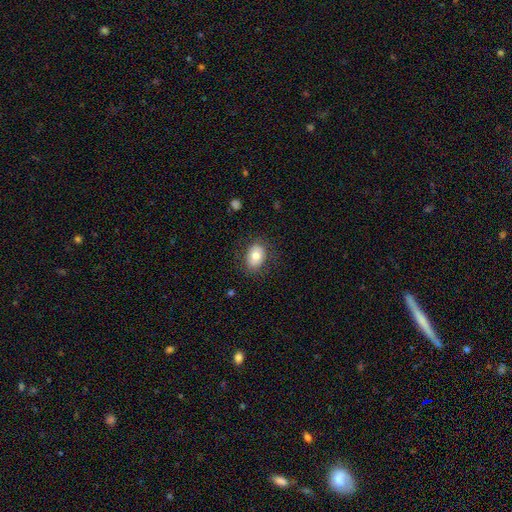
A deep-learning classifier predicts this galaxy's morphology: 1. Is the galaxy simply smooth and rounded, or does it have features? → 77% smooth, 15% featured or disk, 8% star or artifact.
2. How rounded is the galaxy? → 71% in between, 28% round, 1% cigar-shaped.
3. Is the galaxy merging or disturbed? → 82% none, 12% minor disturbance, 5% major disturbance, 1% merger.